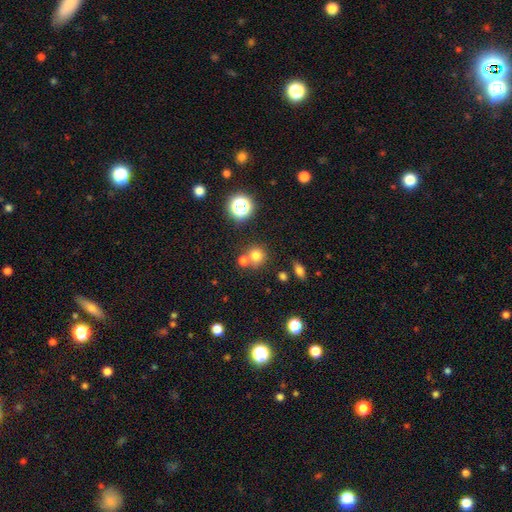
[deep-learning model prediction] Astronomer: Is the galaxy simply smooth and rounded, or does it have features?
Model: smooth — 74%.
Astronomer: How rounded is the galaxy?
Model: round — 88%.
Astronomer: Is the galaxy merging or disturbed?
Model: none — 58%.